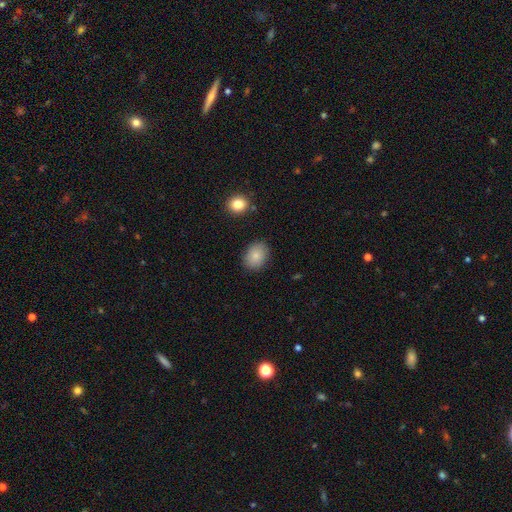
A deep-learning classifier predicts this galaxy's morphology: This appears to be a smooth galaxy with no disk features (84%) that is in between round and cigar-shaped (60%). Merging: none (86%).